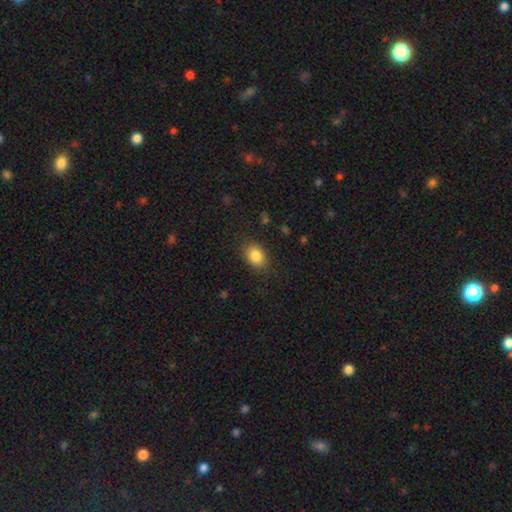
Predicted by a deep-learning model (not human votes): Smooth or featured?
  - smooth: 85% *
  - star or artifact: 9%
  - featured or disk: 6%
How rounded?
  - in between: 68% *
  - round: 31%
  - cigar-shaped: 1%
Merging?
  - none: 84% *
  - minor disturbance: 11%
  - major disturbance: 3%
  - merger: 1%